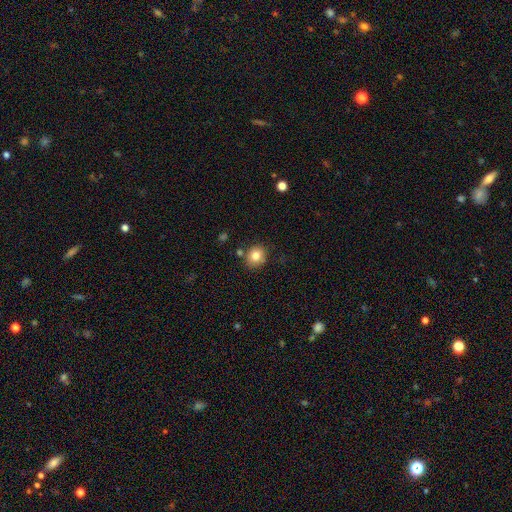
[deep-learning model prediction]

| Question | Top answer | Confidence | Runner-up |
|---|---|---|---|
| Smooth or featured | smooth | 80% | star or artifact (11%) |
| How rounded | round | 74% | in between (25%) |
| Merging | none | 79% | minor disturbance (12%) |